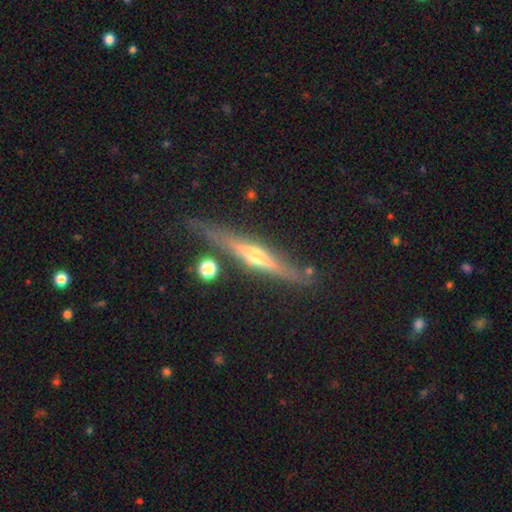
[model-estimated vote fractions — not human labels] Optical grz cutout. It shows a featured or disk galaxy (75%) viewed edge-on (96%) with a rounded central bulge (79%). Merging: none (77%).